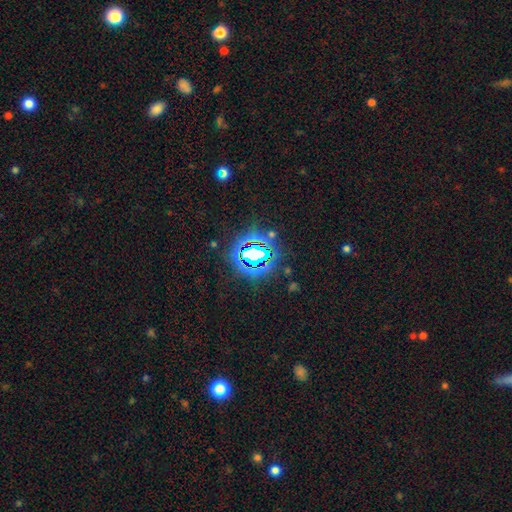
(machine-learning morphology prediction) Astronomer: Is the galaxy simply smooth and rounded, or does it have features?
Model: star or artifact — 77%.